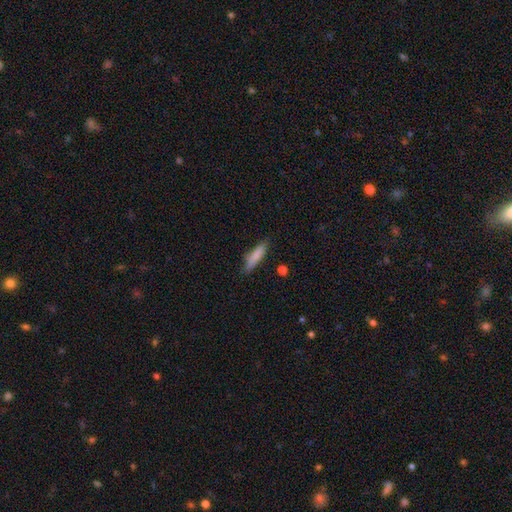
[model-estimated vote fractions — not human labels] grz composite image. It shows a smooth galaxy with no disk features (80%) that is cigar-shaped (75%). Merging: none (78%).